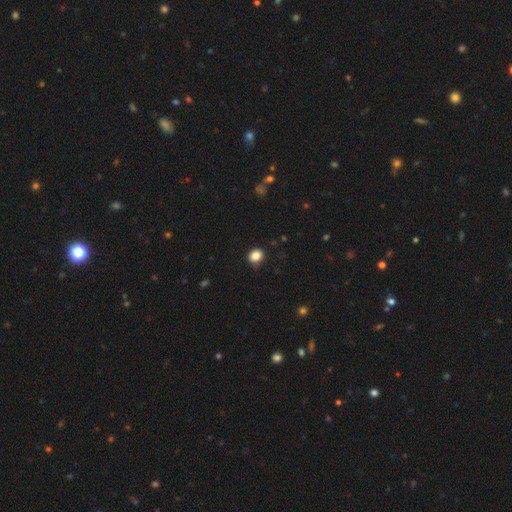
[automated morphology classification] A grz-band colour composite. It shows a smooth galaxy with no disk features (85%) that is round (78%). Merging: none (83%).